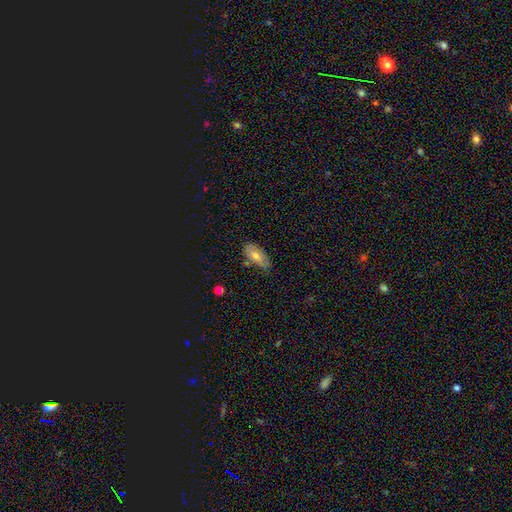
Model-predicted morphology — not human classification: Smooth or featured? smooth (61%)
How rounded? in between (84%)
Merging? none (73%)